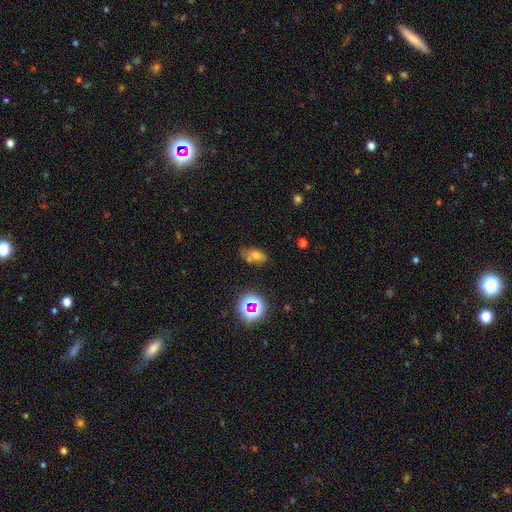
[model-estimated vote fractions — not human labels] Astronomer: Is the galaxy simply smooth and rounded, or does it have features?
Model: smooth — 63%.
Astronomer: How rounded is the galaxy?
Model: in between — 82%.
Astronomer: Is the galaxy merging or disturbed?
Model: none — 52%.